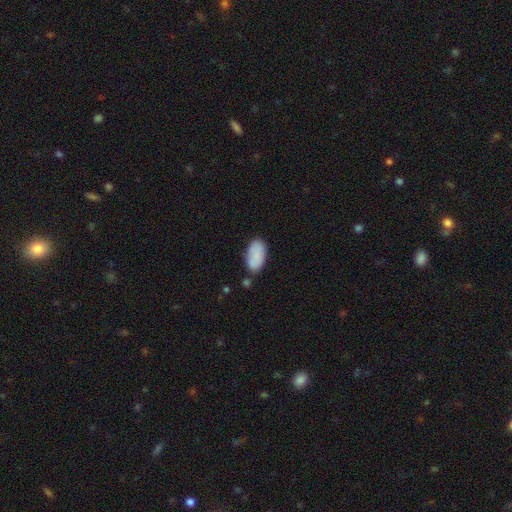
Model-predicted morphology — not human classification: This is clearly a smooth galaxy (85%). How rounded: clearly in between (95%). Merging: likely none (71%).